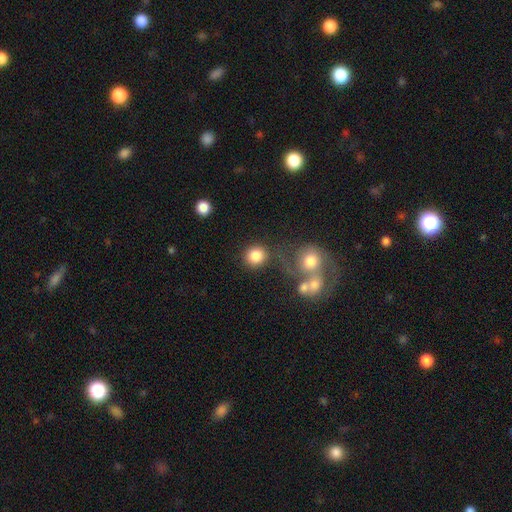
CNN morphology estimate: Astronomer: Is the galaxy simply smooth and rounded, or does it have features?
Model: smooth — 85%.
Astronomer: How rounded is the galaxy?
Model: round — 86%.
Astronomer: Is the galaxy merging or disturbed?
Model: none — 68%.